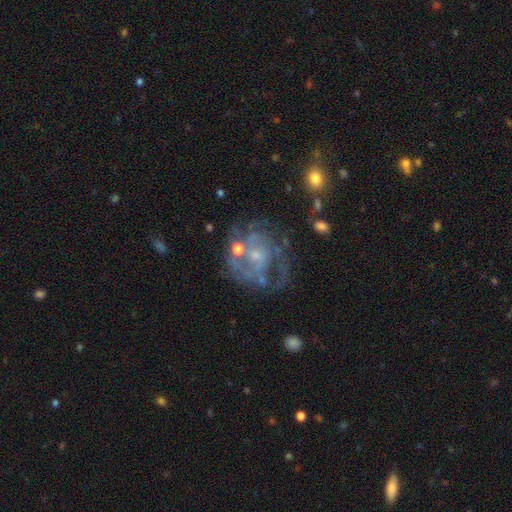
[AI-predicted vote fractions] Smooth or featured?
  - featured or disk: 81% *
  - smooth: 10%
  - star or artifact: 9%
Edge-on disk?
  - no: 98% *
  - yes: 2%
Bar?
  - no: 64% *
  - weak: 30%
  - strong: 6%
Spiral arms?
  - yes: 83% *
  - no: 17%
Spiral winding?
  - tight: 45% *
  - medium: 40%
  - loose: 15%
Spiral arm count?
  - can't tell: 35% *
  - 2: 26%
  - 3: 19%
  - 1: 8%
  - 4: 7%
  - more than 4: 5%
Bulge size?
  - small: 59% *
  - moderate: 26%
  - none: 12%
  - large: 2%
  - dominant: 1%
Merging?
  - none: 54% *
  - major disturbance: 19%
  - minor disturbance: 19%
  - merger: 9%